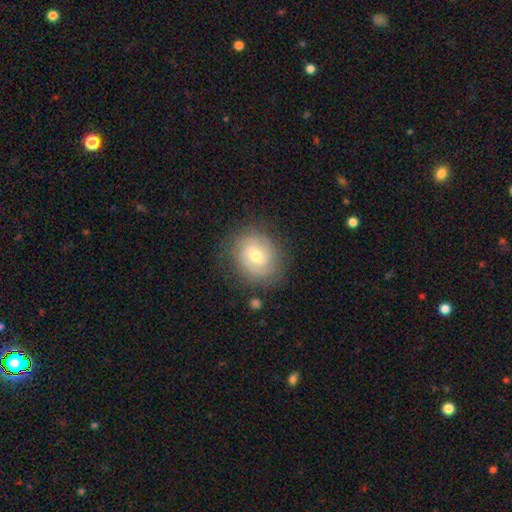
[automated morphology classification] Overall: featured or disk (70%). Edge-on disk: no (97%). Bar: weak (46%; no 44%). Spiral arms: yes (88%). Spiral arm count: 2 (50%; can't tell 25%). Spiral winding: tight (58%; medium 32%). Bulge size: moderate (69%). Merging: none (79%).